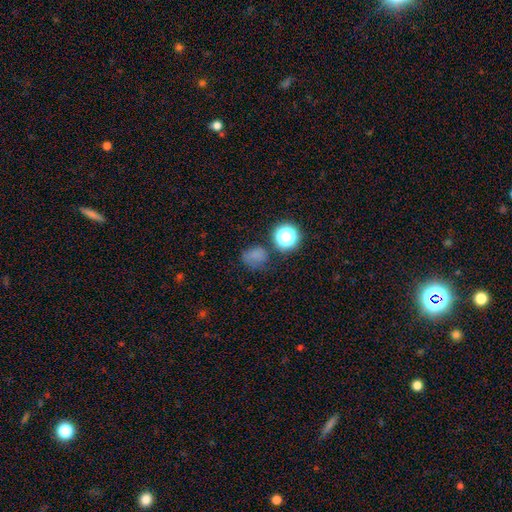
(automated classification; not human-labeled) Smooth or featured? Predicted: smooth (p=0.68). How rounded? Predicted: round (p=0.61). Merging? Predicted: none (p=0.56).